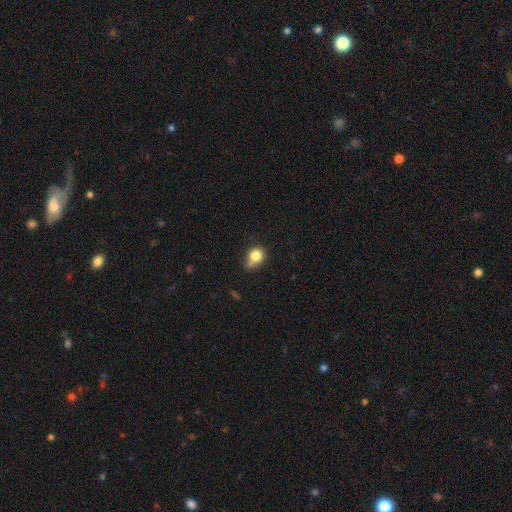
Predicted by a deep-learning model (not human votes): smooth_or_featured: smooth (p=0.81) [alt: star or artifact p=0.10]
how_rounded: round (p=0.75) [alt: in between p=0.24]
merging: none (p=0.52) [alt: minor disturbance p=0.25]